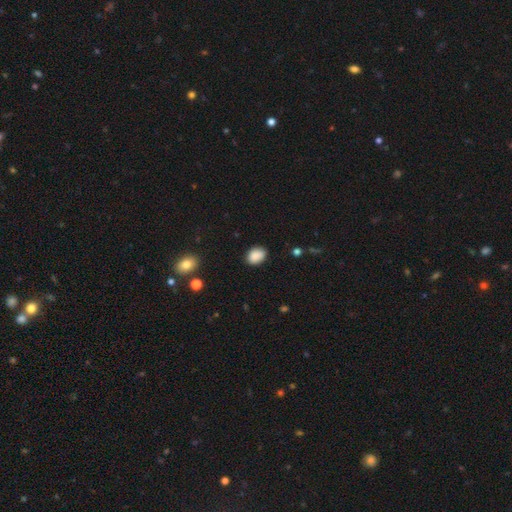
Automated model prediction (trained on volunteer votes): A smooth galaxy with no disk features (88%) that is in between round and cigar-shaped (71%).

Vote fractions:
- Smooth or featured? smooth: 88% / star or artifact: 8% / featured or disk: 4%
- How rounded? in between: 71% / round: 28% / cigar-shaped: 1%
- Merging? none: 84% / minor disturbance: 12% / major disturbance: 2% / merger: 1%